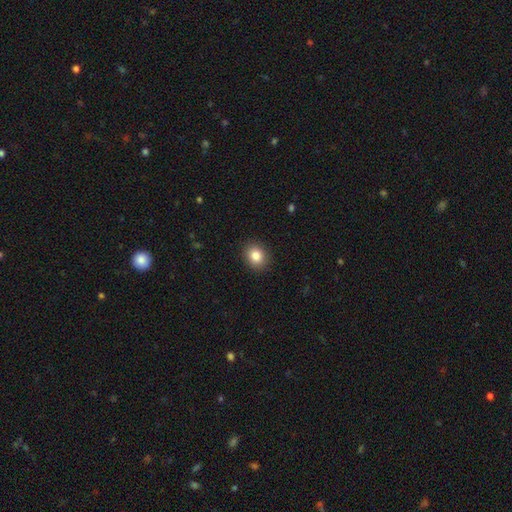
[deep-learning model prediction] Overall: smooth (84%). How rounded: round (64%; in between 35%). Merging: none (90%).